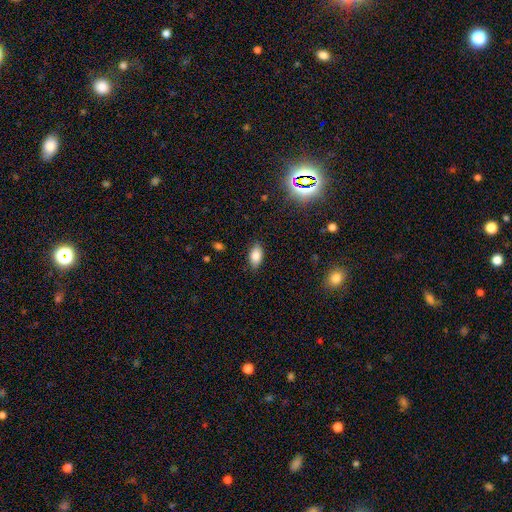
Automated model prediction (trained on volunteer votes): A smooth galaxy with no disk features (84%) that is in between round and cigar-shaped (92%). Merging: none (86%).